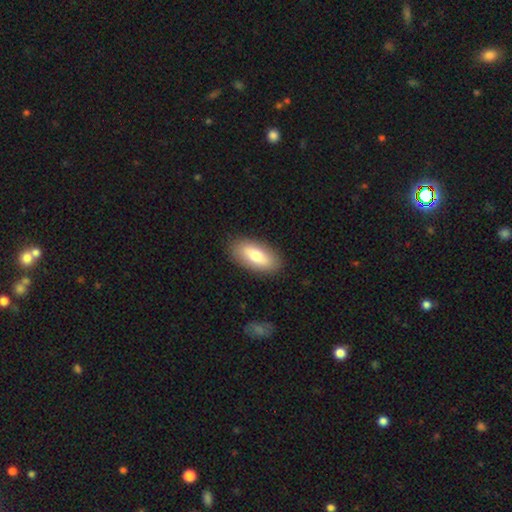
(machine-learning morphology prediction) smooth_or_featured: smooth (p=0.74) [alt: featured or disk p=0.20]
how_rounded: in between (p=0.86) [alt: cigar-shaped p=0.11]
merging: none (p=0.87) [alt: minor disturbance p=0.09]